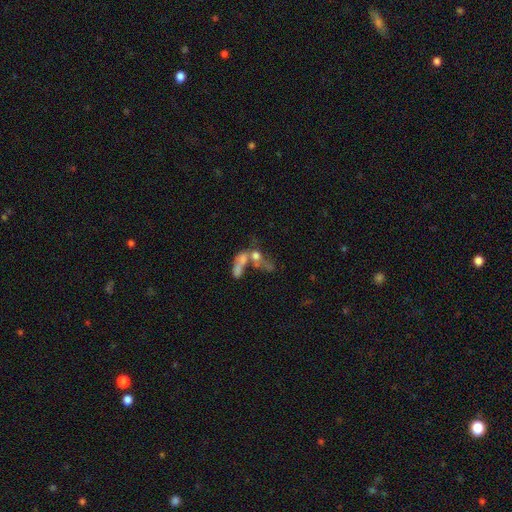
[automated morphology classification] A smooth galaxy with no disk features (46%).

Vote fractions:
- Smooth or featured? smooth: 46% / featured or disk: 38% / star or artifact: 16%
- Merging? merger: 64% / major disturbance: 16% / none: 14% / minor disturbance: 6%